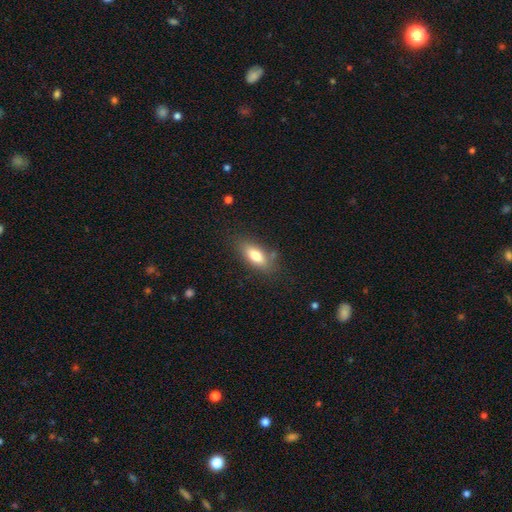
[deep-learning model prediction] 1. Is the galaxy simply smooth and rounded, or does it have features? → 75% smooth, 17% featured or disk, 8% star or artifact.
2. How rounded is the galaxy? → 78% in between, 18% cigar-shaped, 3% round.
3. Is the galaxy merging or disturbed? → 77% none, 15% minor disturbance, 4% major disturbance, 3% merger.